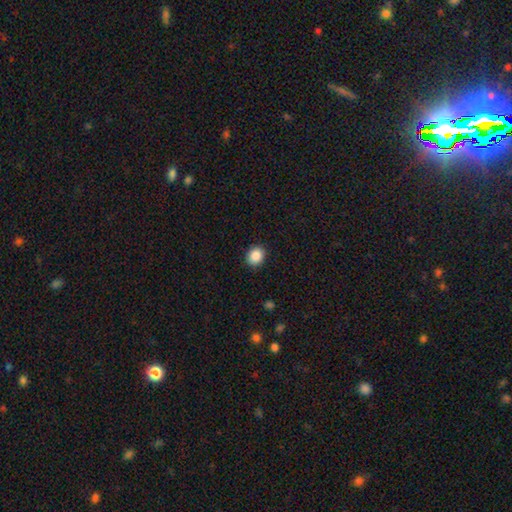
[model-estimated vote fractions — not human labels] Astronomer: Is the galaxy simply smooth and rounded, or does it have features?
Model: smooth — 88%.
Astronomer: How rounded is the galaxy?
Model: round — 68%.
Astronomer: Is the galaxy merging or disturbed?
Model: none — 90%.